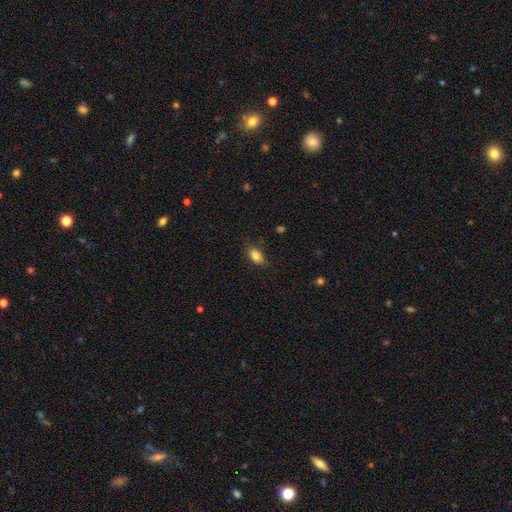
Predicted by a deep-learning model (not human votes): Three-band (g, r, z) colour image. It shows a smooth galaxy with no disk features (85%) that is in between round and cigar-shaped (89%). Merging: none (80%).